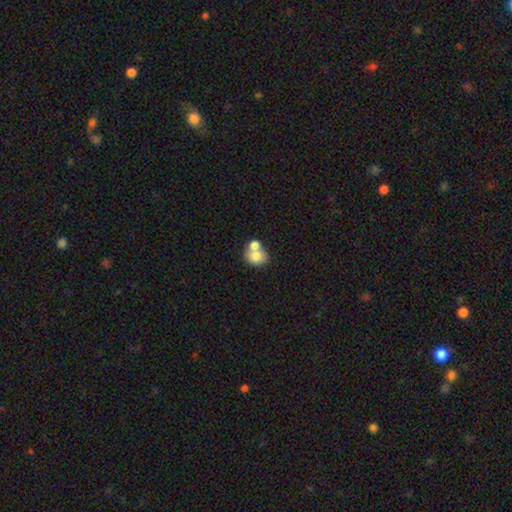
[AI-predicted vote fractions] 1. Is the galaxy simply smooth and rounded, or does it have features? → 74% smooth, 17% featured or disk, 9% star or artifact.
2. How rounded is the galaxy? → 60% round, 39% in between, 1% cigar-shaped.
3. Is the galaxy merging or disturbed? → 55% merger, 34% none, 8% minor disturbance, 3% major disturbance.